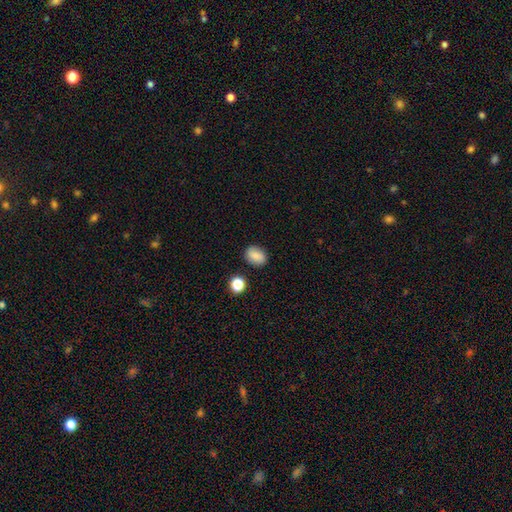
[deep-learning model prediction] smooth-or-featured: smooth: 85% | star or artifact: 9% | featured or disk: 6%
  how-rounded: in between: 69% | round: 30% | cigar-shaped: 1%
  merging: none: 83% | minor disturbance: 11% | merger: 3% | major disturbance: 3%